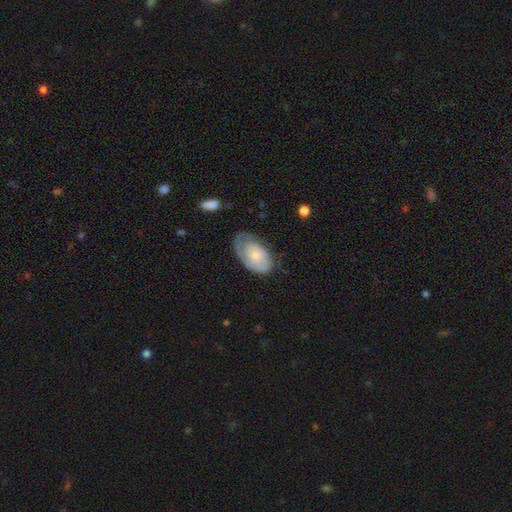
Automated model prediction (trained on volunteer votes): Smooth or featured? smooth (47%, tied with featured or disk)
Merging? none (47%)